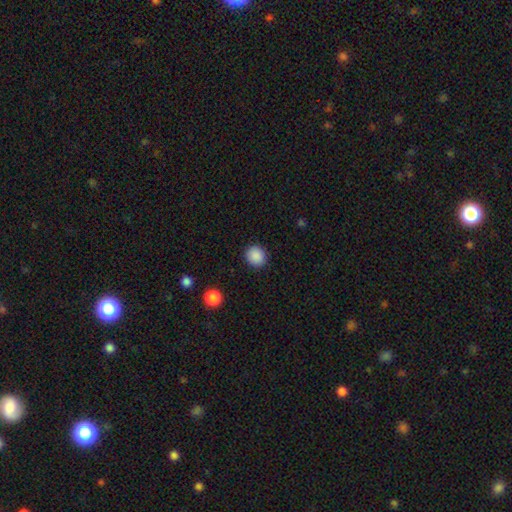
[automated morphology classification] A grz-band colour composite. It shows a smooth galaxy with no disk features (88%) that is round (85%). Merging: none (91%).